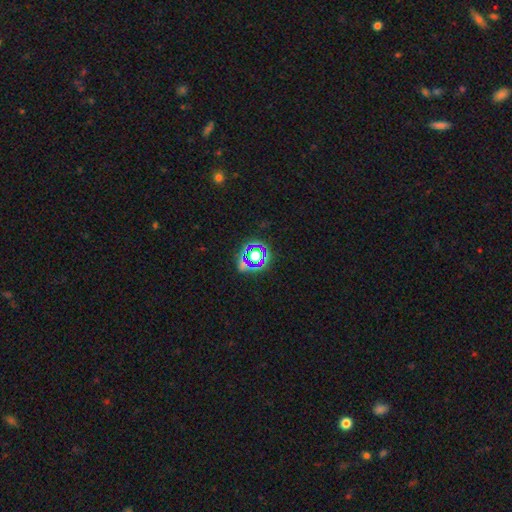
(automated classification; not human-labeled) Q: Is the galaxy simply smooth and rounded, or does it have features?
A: star or artifact — 71%.